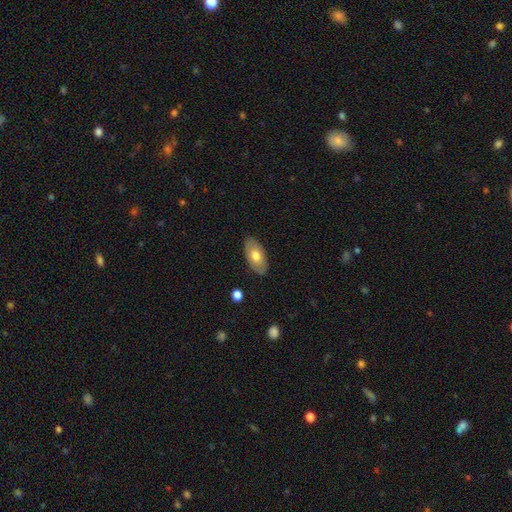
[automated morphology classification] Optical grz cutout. It shows a smooth galaxy with no disk features (67%) that is in between round and cigar-shaped (93%). Merging: none (86%).